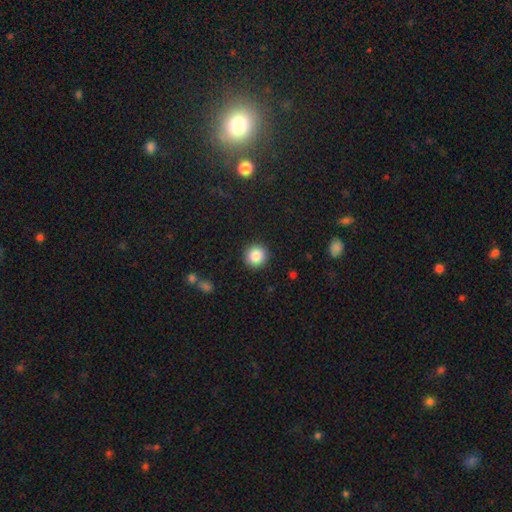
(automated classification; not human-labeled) This appears to be a smooth galaxy with no disk features (86%) that is round (94%). Merging: none (91%).